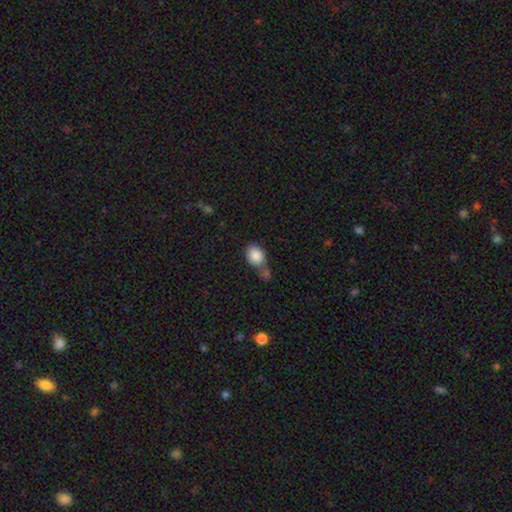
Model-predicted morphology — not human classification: The model was most divided on "merging": merger: 42%, none: 35%, minor disturbance: 16%, major disturbance: 7%. More confident: smooth or featured — smooth (85%); how rounded — in between (55%).